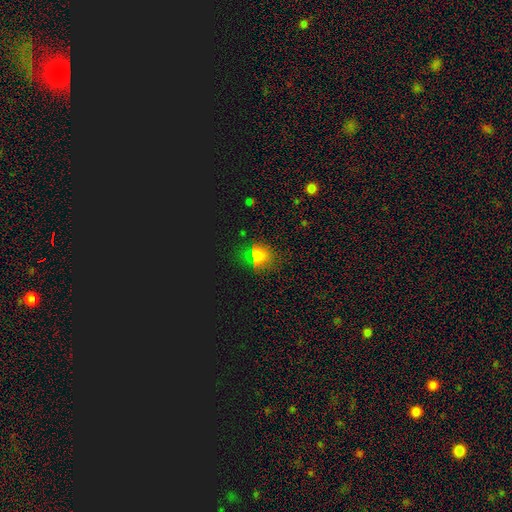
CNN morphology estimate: Smooth or featured? smooth (61%)
How rounded? round (69%)
Merging? none (77%)